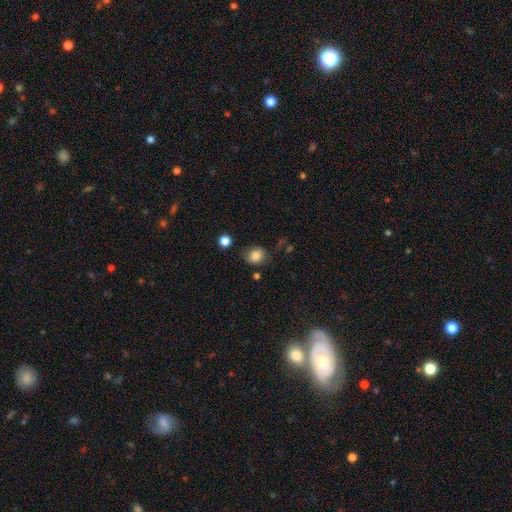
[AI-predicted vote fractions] The model was most divided on "how rounded": round: 67%, in between: 32%, cigar-shaped: 1%. More confident: smooth or featured — smooth (82%); merging — none (77%).